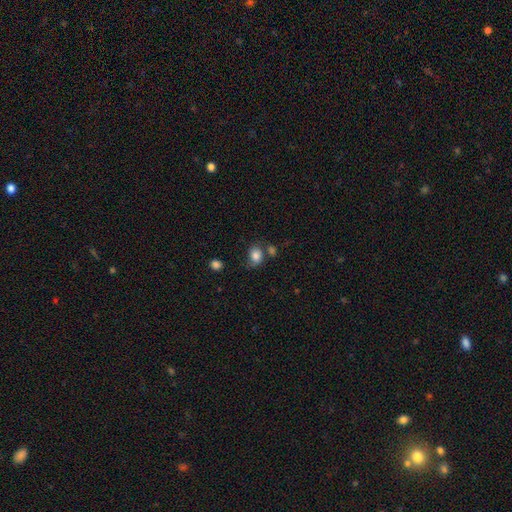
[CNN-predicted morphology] Smooth or featured? Predicted: smooth (p=0.79). How rounded? Predicted: in between (p=0.53). Merging? Predicted: none (p=0.49).